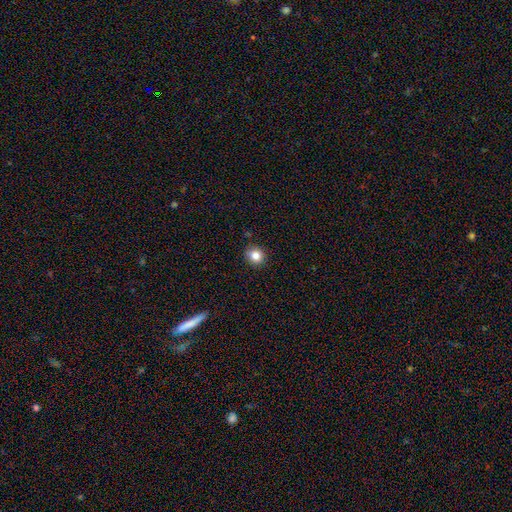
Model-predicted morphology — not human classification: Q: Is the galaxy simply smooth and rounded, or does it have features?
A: smooth — 83%.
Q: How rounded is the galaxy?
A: round — 83%.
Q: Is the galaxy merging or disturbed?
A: none — 89%.